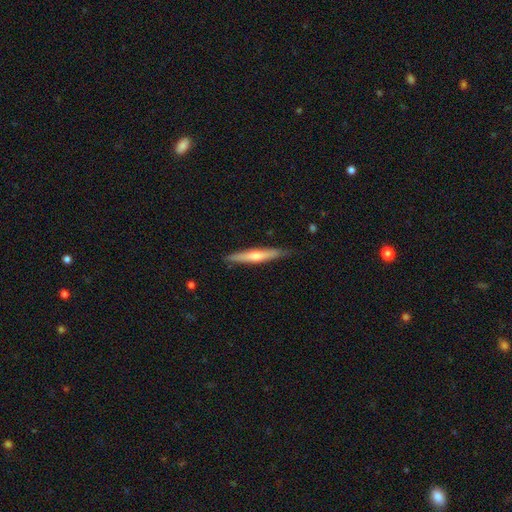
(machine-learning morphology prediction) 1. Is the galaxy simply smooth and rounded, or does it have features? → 55% featured or disk, 39% smooth, 6% star or artifact.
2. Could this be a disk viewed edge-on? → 95% yes, 5% no.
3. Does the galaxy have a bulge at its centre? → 74% rounded, 20% none, 5% boxy.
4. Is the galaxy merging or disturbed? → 86% none, 11% minor disturbance, 2% major disturbance, 1% merger.